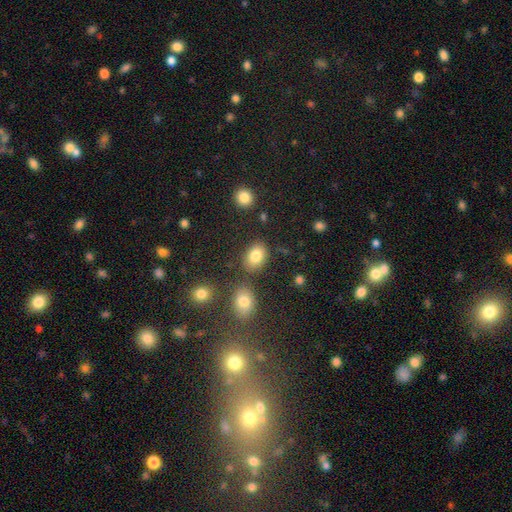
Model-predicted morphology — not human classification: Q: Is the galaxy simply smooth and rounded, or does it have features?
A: smooth — 83%.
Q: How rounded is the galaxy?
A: in between — 74%.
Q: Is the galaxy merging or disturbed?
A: none — 76%.